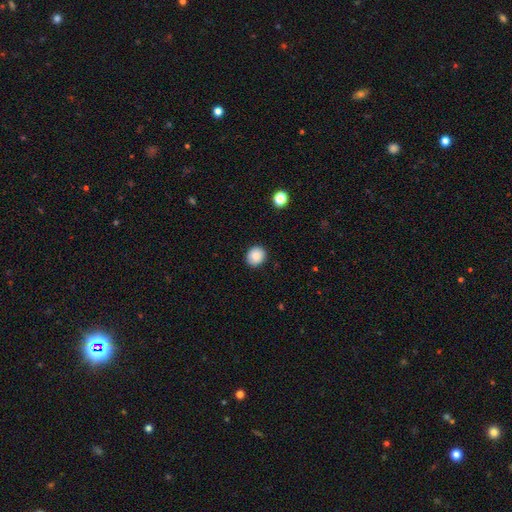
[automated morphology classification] type=smooth (88%); roundness=round (82%); merging=none (90%).